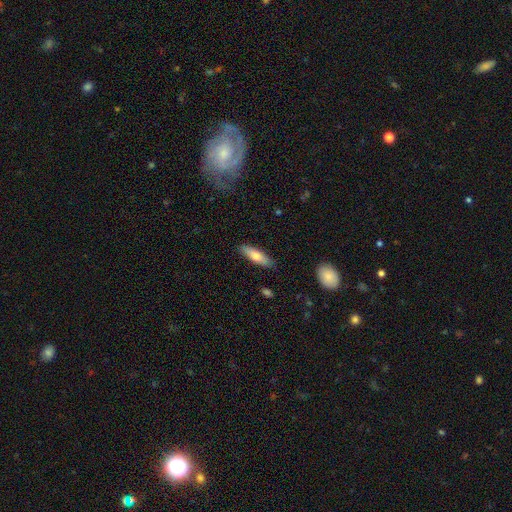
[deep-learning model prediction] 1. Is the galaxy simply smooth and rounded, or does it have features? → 73% smooth, 21% featured or disk, 6% star or artifact.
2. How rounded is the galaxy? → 60% cigar-shaped, 39% in between, 2% round.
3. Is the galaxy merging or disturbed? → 86% none, 11% minor disturbance, 2% major disturbance, 1% merger.